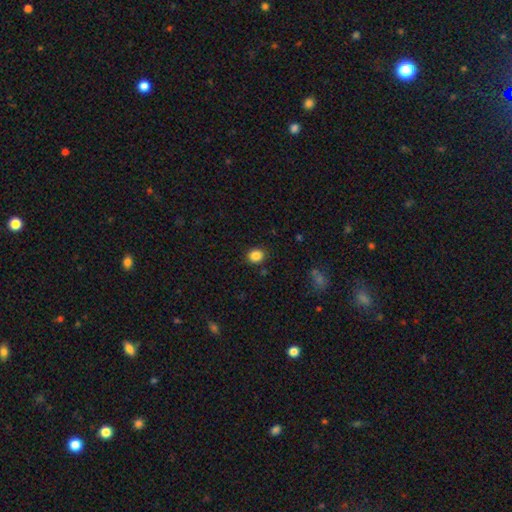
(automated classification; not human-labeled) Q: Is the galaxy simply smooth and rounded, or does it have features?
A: smooth — 86%.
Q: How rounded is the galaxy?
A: round — 72%.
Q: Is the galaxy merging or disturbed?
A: none — 88%.